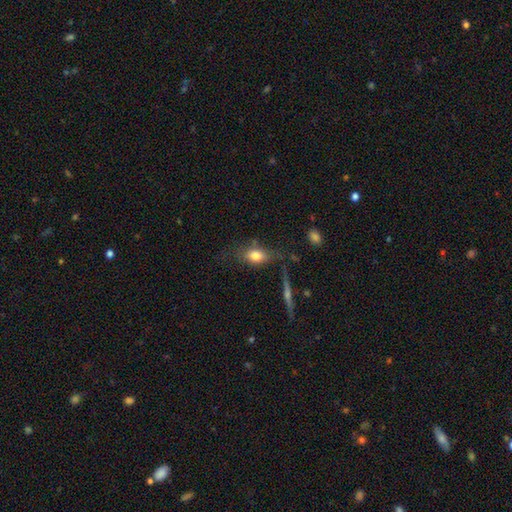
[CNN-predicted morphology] The model was most divided on "merging": none: 61%, minor disturbance: 22%, major disturbance: 10%, merger: 7%. More confident: how rounded — in between (77%); smooth or featured — smooth (75%).